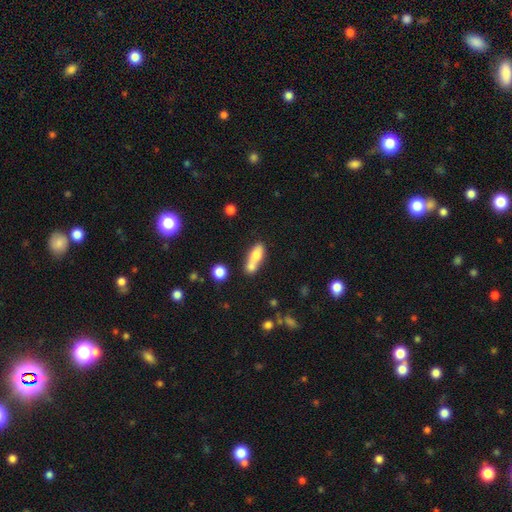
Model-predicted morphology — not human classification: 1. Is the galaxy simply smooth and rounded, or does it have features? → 70% smooth, 21% featured or disk, 9% star or artifact.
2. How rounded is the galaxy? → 68% in between, 22% cigar-shaped, 10% round.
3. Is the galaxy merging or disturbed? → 56% merger, 28% none, 11% minor disturbance, 5% major disturbance.